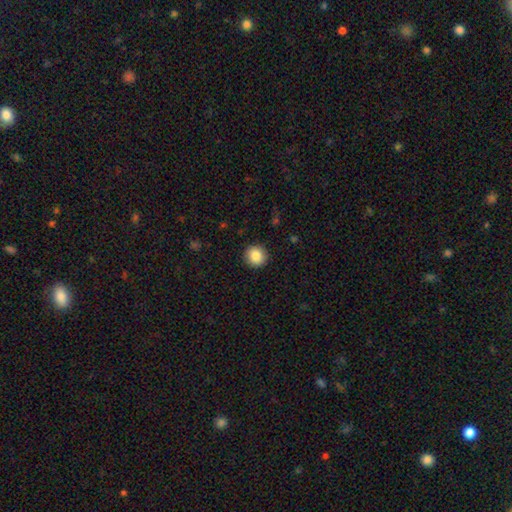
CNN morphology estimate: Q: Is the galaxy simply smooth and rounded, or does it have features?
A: smooth — 87%.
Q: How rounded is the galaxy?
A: round — 94%.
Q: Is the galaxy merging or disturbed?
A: none — 92%.